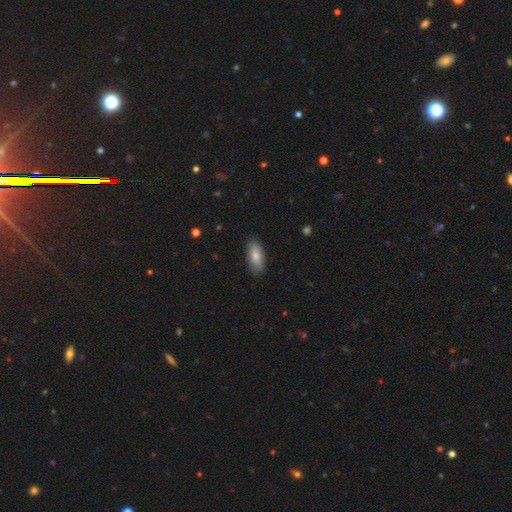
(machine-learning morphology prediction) This is clearly a smooth galaxy (83%). How rounded: clearly in between (87%). Merging: clearly none (86%).